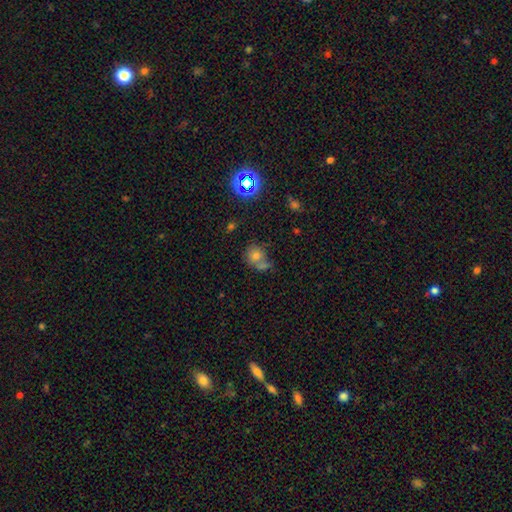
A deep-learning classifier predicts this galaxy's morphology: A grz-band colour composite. It shows a smooth galaxy with no disk features (69%) that is round (75%). Merging: none (43%).